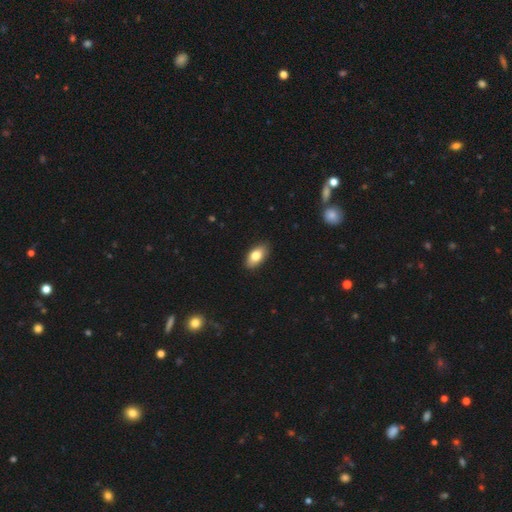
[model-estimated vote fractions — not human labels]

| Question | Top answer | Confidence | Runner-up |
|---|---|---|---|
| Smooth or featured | smooth | 80% | featured or disk (14%) |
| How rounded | in between | 92% | cigar-shaped (4%) |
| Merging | none | 89% | minor disturbance (9%) |